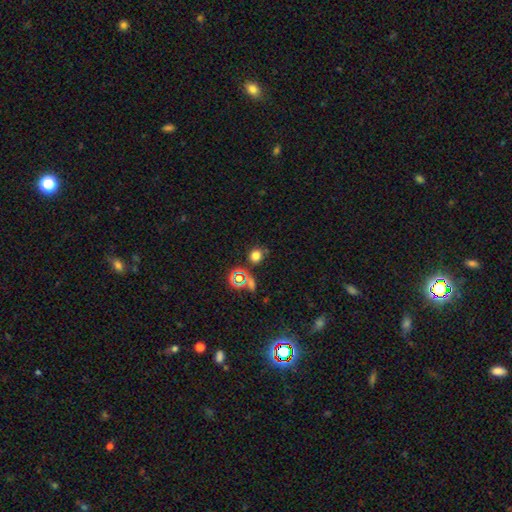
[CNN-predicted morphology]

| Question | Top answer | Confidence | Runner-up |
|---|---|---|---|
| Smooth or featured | smooth | 69% | star or artifact (25%) |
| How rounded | round | 81% | in between (17%) |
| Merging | none | 76% | minor disturbance (11%) |